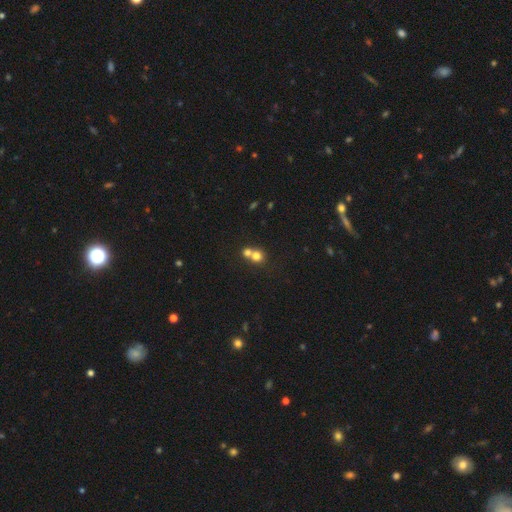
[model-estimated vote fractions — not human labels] Smooth or featured? Predicted: smooth (p=0.74). How rounded? Predicted: round (p=0.84). Merging? Predicted: merger (p=0.57).